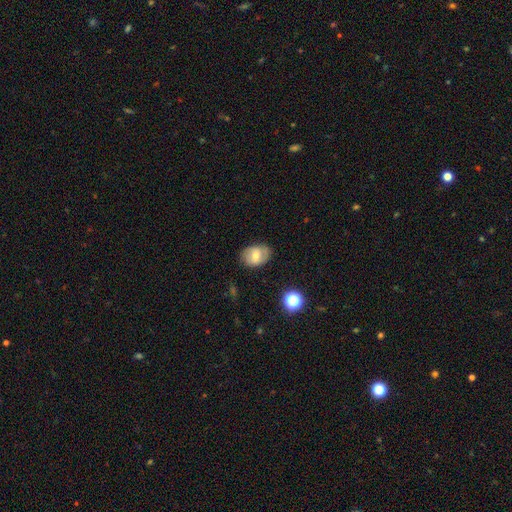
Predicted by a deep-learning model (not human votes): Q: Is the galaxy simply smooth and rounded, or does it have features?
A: smooth — 51%.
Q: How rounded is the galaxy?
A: in between — 69%.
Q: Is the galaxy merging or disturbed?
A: none — 76%.